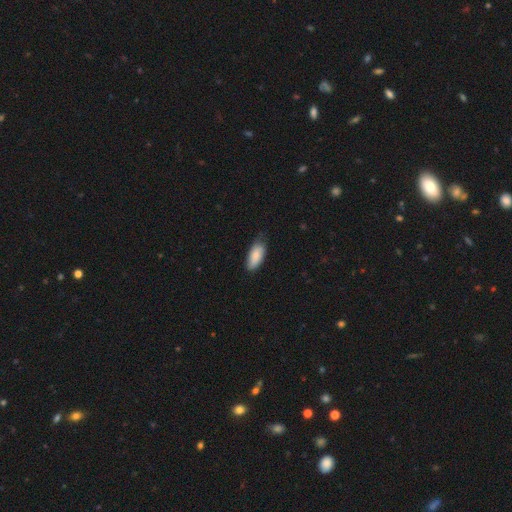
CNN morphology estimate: smooth_or_featured: smooth (p=0.82) [alt: featured or disk p=0.12]
how_rounded: in between (p=0.85) [alt: cigar-shaped p=0.13]
merging: none (p=0.69) [alt: minor disturbance p=0.26]